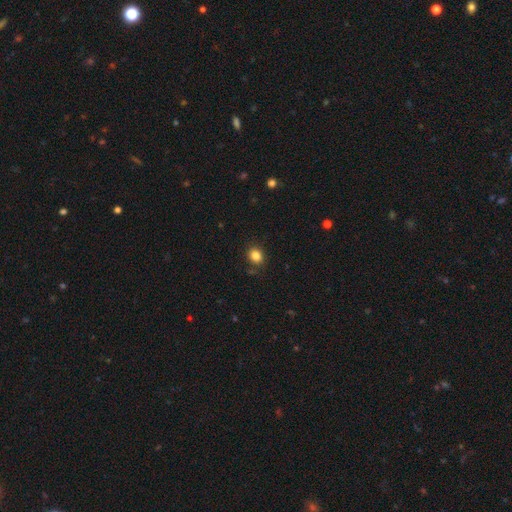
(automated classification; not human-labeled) smooth 85%, star or artifact 11%, featured or disk 4%. Down the decision tree: how rounded — round (62%); merging — none (85%).